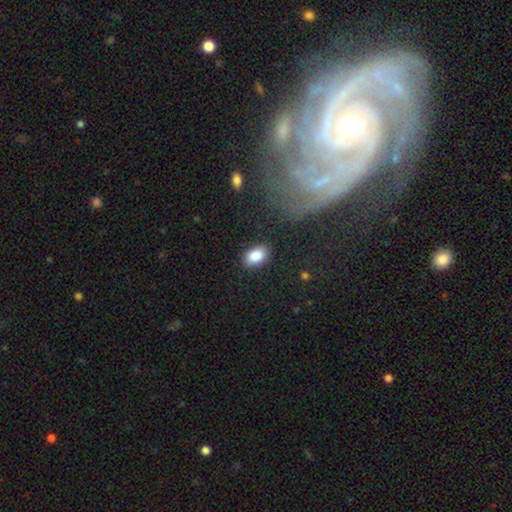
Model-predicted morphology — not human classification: smooth_or_featured: smooth (p=0.86) [alt: star or artifact p=0.08]
how_rounded: in between (p=0.89) [alt: round p=0.10]
merging: none (p=0.88) [alt: minor disturbance p=0.09]